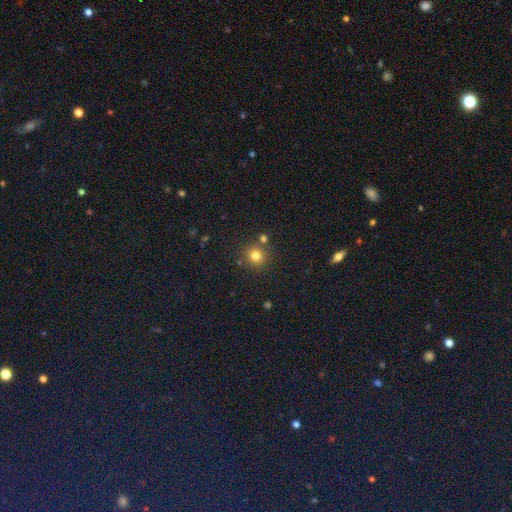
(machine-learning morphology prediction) Q: Smooth or featured?
A: smooth (78%); runner-up: star or artifact (15%)
Q: How rounded?
A: round (92%); runner-up: in between (7%)
Q: Merging?
A: none (80%); runner-up: merger (10%)